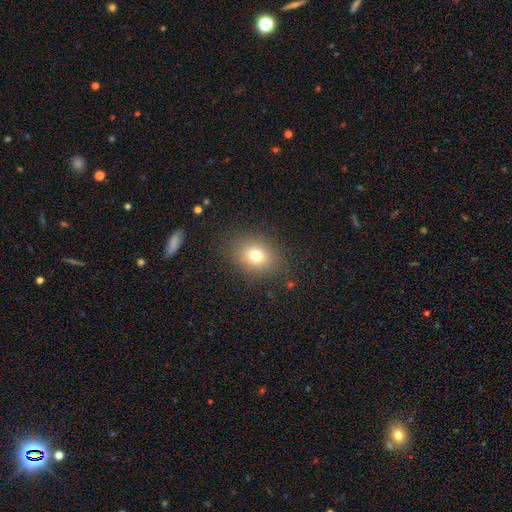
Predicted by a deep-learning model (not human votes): This is likely a smooth galaxy (74%). How rounded: possibly round (55%). Merging: clearly none (83%).